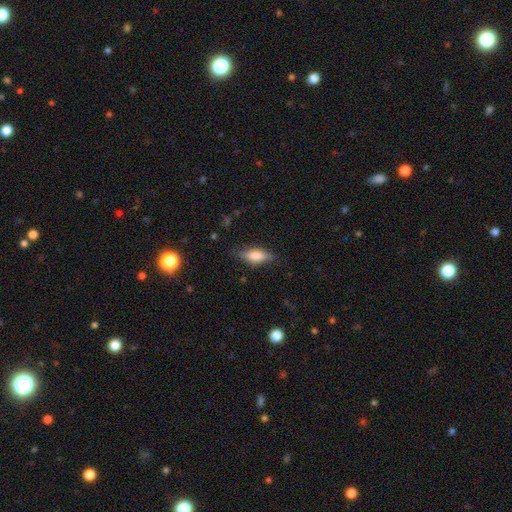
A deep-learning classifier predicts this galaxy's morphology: smooth_or_featured: smooth (p=0.63) [alt: featured or disk p=0.30]
how_rounded: in between (p=0.66) [alt: cigar-shaped p=0.31]
merging: none (p=0.78) [alt: minor disturbance p=0.17]